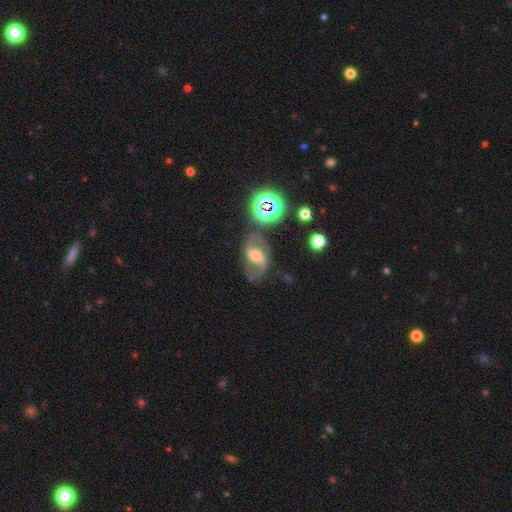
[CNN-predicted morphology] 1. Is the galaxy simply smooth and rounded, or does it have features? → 83% featured or disk, 10% star or artifact, 7% smooth.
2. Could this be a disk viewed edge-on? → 97% no, 3% yes.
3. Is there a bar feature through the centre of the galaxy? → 46% weak, 29% strong, 25% no.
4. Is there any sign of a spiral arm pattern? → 96% yes, 4% no.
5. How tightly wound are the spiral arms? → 47% loose, 44% medium, 9% tight.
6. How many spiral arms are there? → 92% 2, 3% 1, 2% can't tell, 1% 3, 1% 4, 1% more than 4.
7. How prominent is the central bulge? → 54% moderate, 29% small, 10% large, 5% none, 2% dominant.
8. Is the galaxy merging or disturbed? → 70% none, 16% minor disturbance, 9% major disturbance, 5% merger.